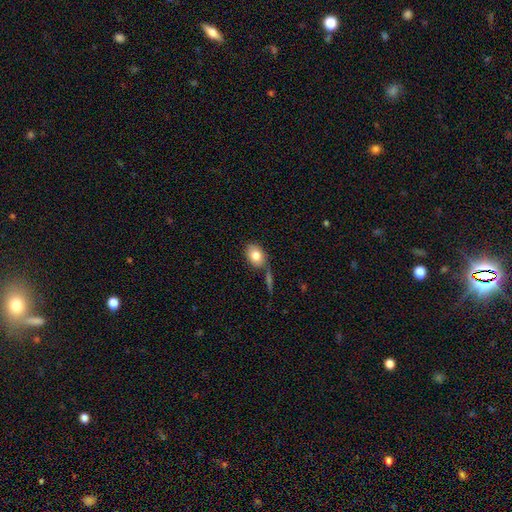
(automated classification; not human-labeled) smooth_or_featured: smooth (p=0.80) [alt: featured or disk p=0.13]
how_rounded: in between (p=0.78) [alt: round p=0.21]
merging: none (p=0.66) [alt: minor disturbance p=0.15]